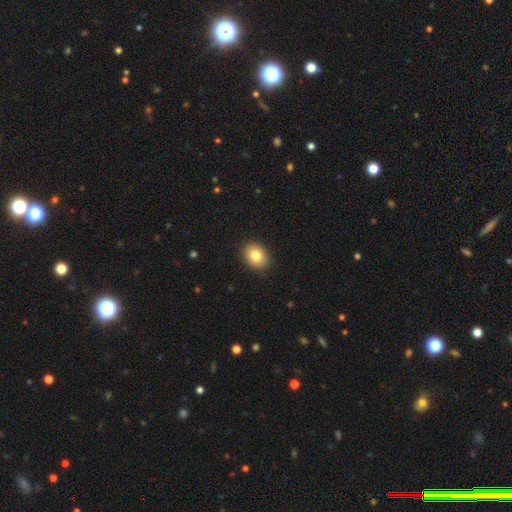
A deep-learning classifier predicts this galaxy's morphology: smooth 82%, star or artifact 9%, featured or disk 9%. Down the decision tree: how rounded — in between (51%); merging — none (89%).